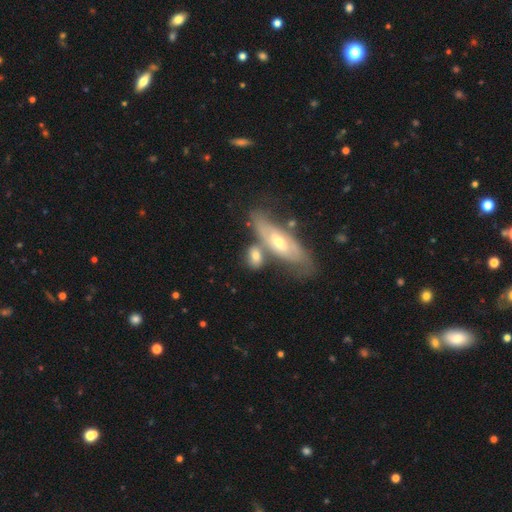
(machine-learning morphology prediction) Smooth or featured: smooth — 54% (featured or disk — 40%)
How rounded: in between — 66% (cigar-shaped — 22%)
Merging: none — 42% (merger — 35%)